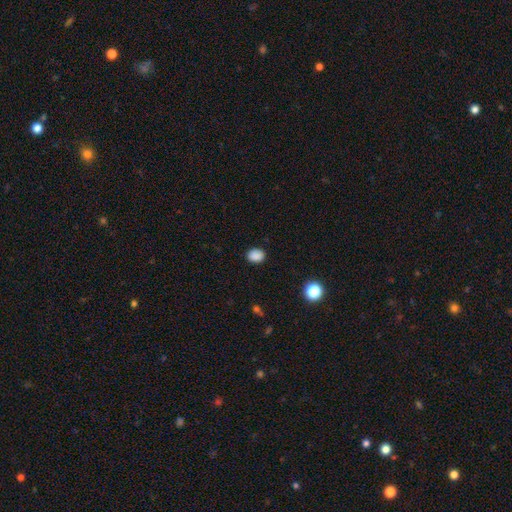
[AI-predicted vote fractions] The model was most divided on "how rounded": in between: 59%, round: 40%, cigar-shaped: 1%. More confident: smooth or featured — smooth (86%); merging — none (86%).